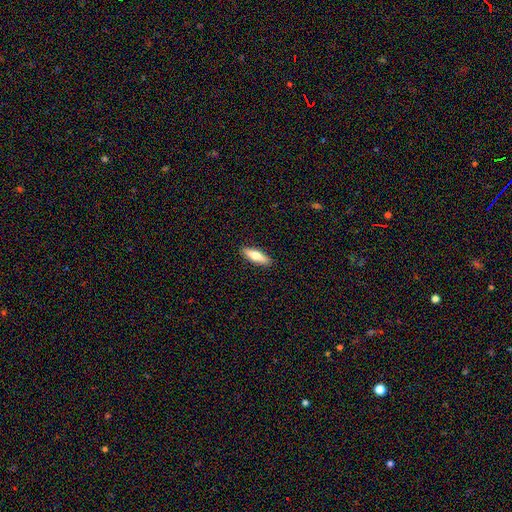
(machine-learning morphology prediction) Smooth or featured? Predicted: smooth (p=0.66). How rounded? Predicted: cigar-shaped (p=0.57). Merging? Predicted: none (p=0.90).